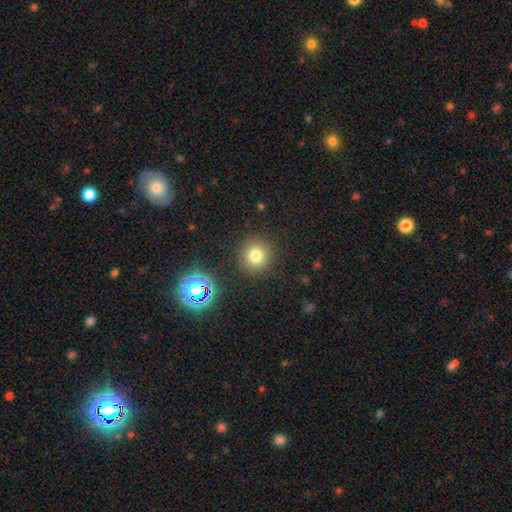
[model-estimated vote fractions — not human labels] Morphology: type=smooth (76%); roundness=round (93%); merging=none (89%).